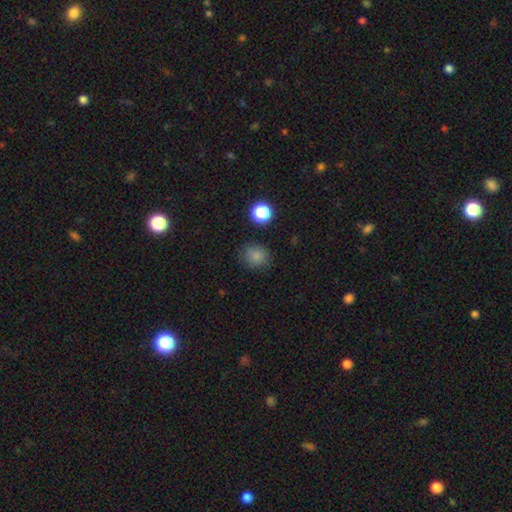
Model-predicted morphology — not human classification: smooth_or_featured: smooth (p=0.82) [alt: star or artifact p=0.13]
how_rounded: round (p=0.83) [alt: in between p=0.16]
merging: none (p=0.80) [alt: minor disturbance p=0.14]